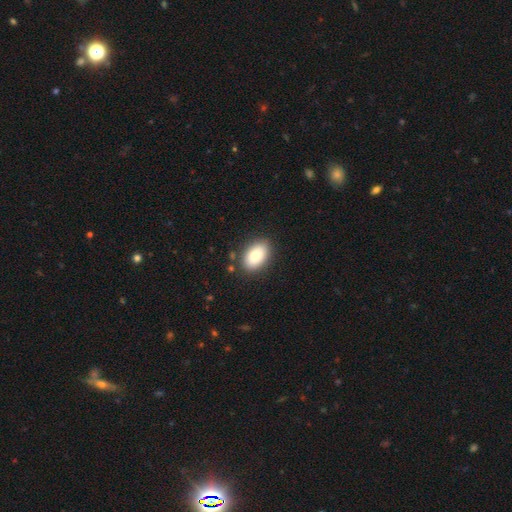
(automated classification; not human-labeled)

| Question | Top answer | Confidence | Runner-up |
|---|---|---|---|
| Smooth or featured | smooth | 85% | featured or disk (8%) |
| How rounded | in between | 90% | round (8%) |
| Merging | none | 86% | minor disturbance (9%) |